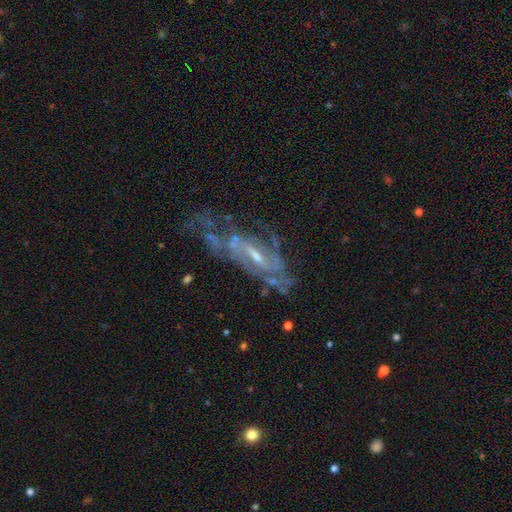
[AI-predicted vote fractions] The model was most divided on "spiral winding": medium: 42%, tight: 40%, loose: 18%. Remaining: edge-on disk — no (86%); spiral arms — yes (85%); smooth or featured — featured or disk (83%); bar — weak (49%); bulge size — small (48%); merging — none (47%); spiral arm count — can't tell (40%).